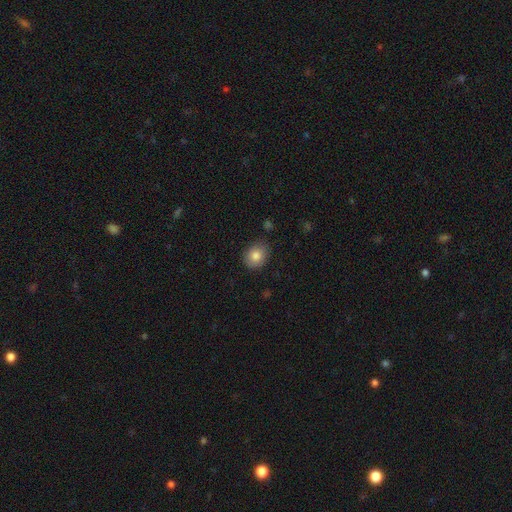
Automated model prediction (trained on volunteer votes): The model was most divided on "how rounded": round: 65%, in between: 35%, cigar-shaped: 1%. More confident: smooth or featured — smooth (84%); merging — none (83%).